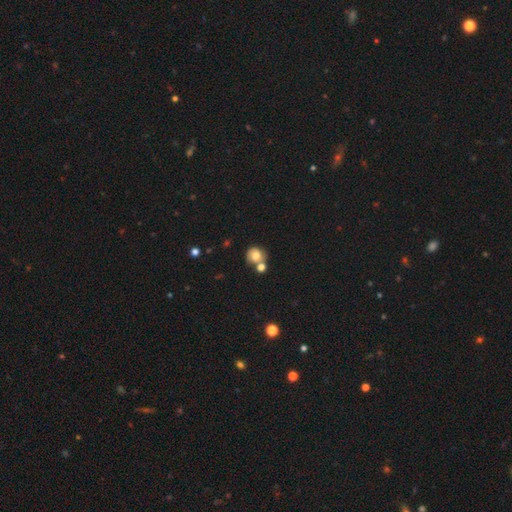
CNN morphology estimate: This is likely a smooth galaxy (73%). How rounded: clearly round (85%). Merging: possibly none (51%).